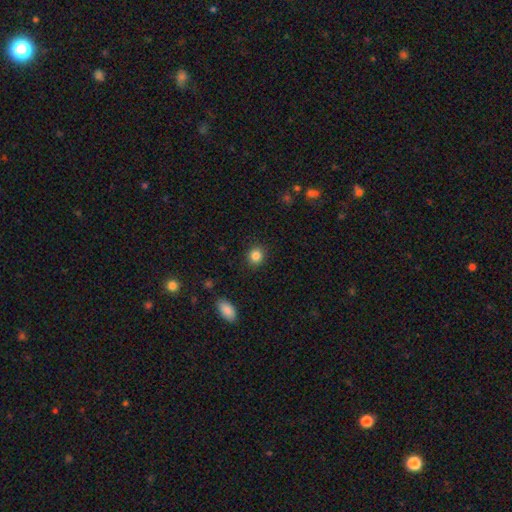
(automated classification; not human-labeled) Morphology: type=smooth (85%); roundness=round (78%); merging=none (89%).